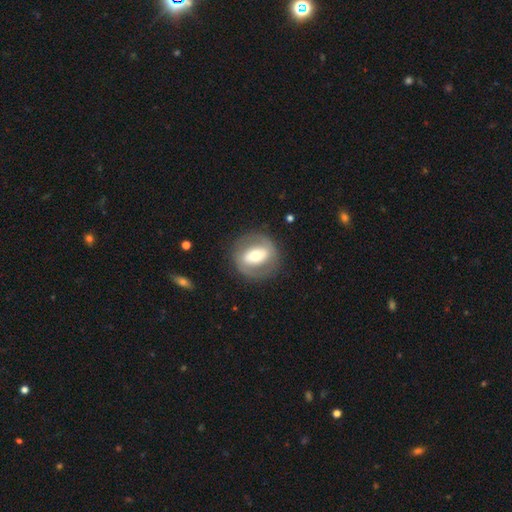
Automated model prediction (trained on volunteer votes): This is likely a featured or disk galaxy (61%). It is clearly not viewed edge-on (94%). Bar: possibly strong (46%). Spiral arm pattern: possibly no (54%). Central bulge: possibly moderate (59%). Merging: clearly none (83%).